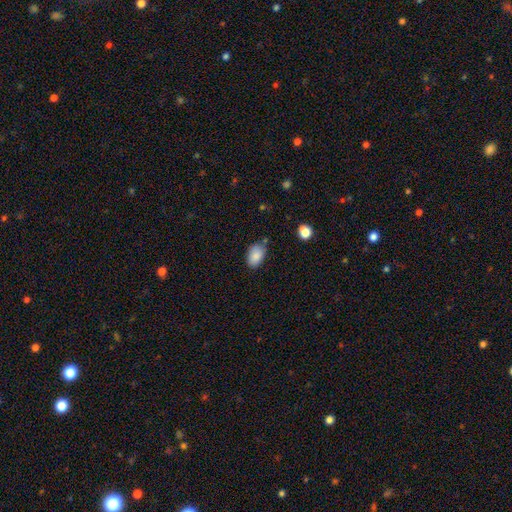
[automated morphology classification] Smooth or featured? Predicted: smooth (p=0.87). How rounded? Predicted: in between (p=0.90). Merging? Predicted: none (p=0.74).